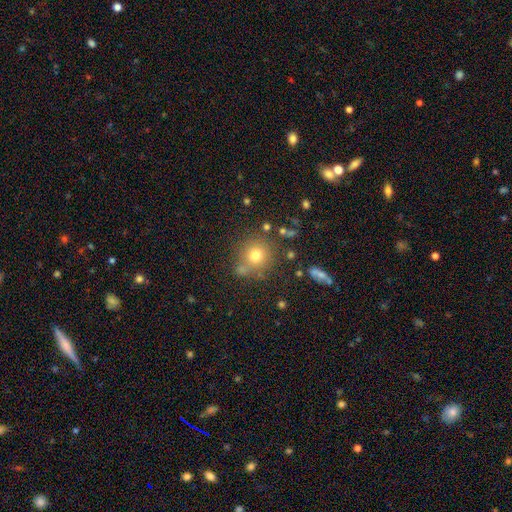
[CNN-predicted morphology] This is likely a smooth galaxy (72%). How rounded: clearly round (91%). Merging: likely none (73%).